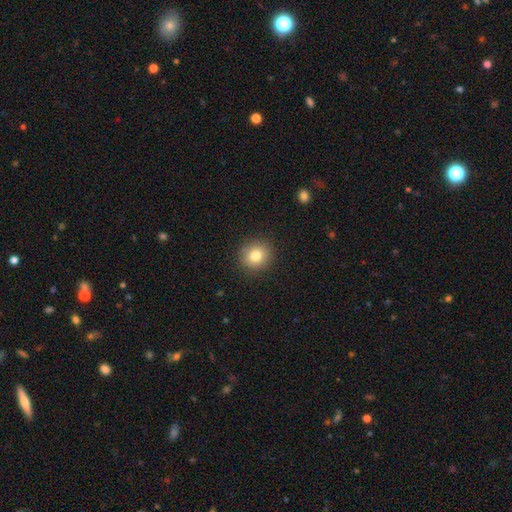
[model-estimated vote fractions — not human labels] Smooth or featured? Predicted: smooth (p=0.80). How rounded? Predicted: round (p=0.86). Merging? Predicted: none (p=0.90).